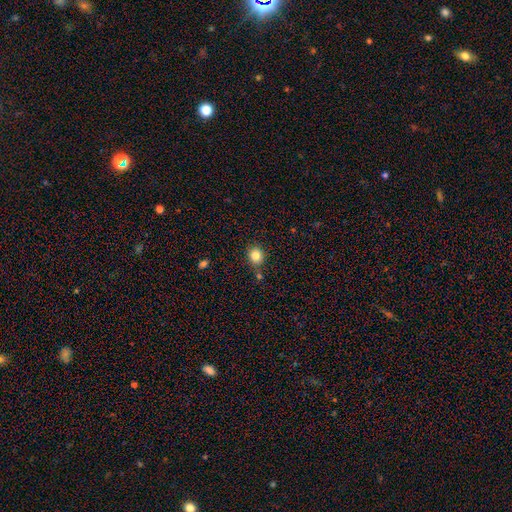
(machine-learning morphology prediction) Smooth or featured?
  - smooth: 83% *
  - star or artifact: 11%
  - featured or disk: 6%
How rounded?
  - round: 73% *
  - in between: 26%
  - cigar-shaped: 1%
Merging?
  - none: 79% *
  - minor disturbance: 12%
  - merger: 6%
  - major disturbance: 3%